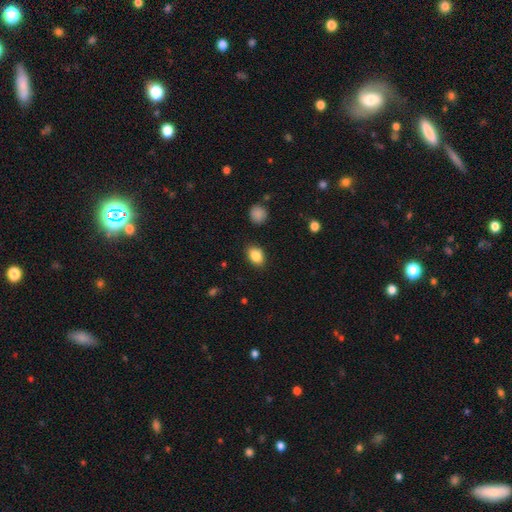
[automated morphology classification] Smooth or featured? Predicted: smooth (p=0.86). How rounded? Predicted: in between (p=0.79). Merging? Predicted: none (p=0.87).